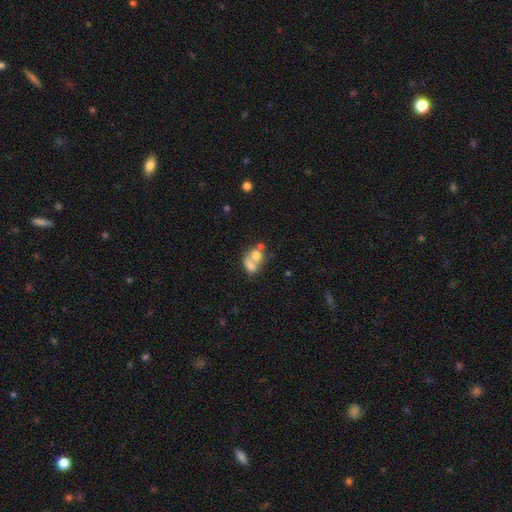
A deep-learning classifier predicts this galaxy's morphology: This is likely a smooth galaxy (67%). How rounded: possibly in between (55%). Merging: likely merger (70%).